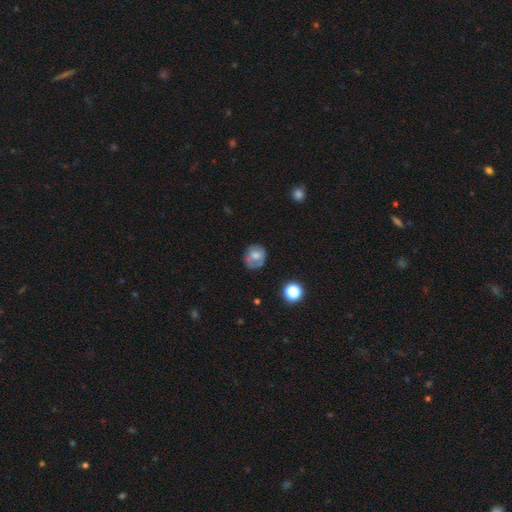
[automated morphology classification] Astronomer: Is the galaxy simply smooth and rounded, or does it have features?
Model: smooth — 60%.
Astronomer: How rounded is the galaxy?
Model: round — 69%.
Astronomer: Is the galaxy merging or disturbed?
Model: none — 61%.